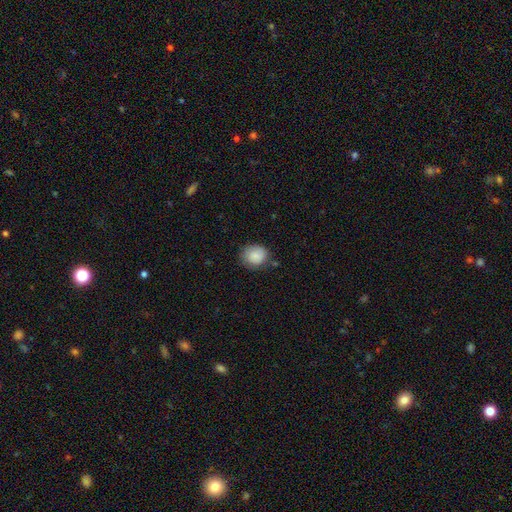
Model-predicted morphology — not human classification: Smooth or featured? Predicted: smooth (p=0.86). How rounded? Predicted: round (p=0.75). Merging? Predicted: none (p=0.75).